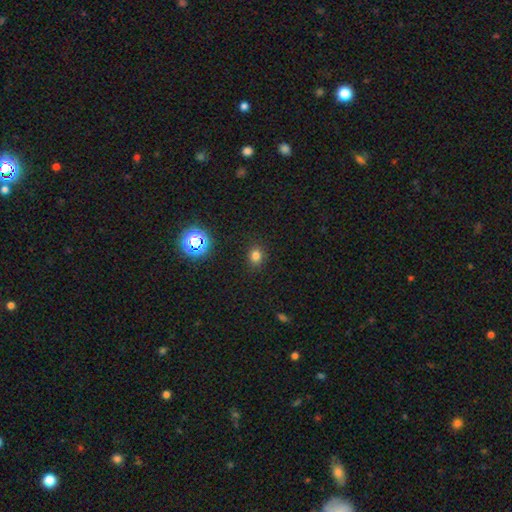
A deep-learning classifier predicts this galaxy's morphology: smooth-or-featured: smooth: 75% | star or artifact: 19% | featured or disk: 6%
  how-rounded: round: 69% | in between: 30% | cigar-shaped: 1%
  merging: none: 87% | minor disturbance: 8% | major disturbance: 3% | merger: 1%